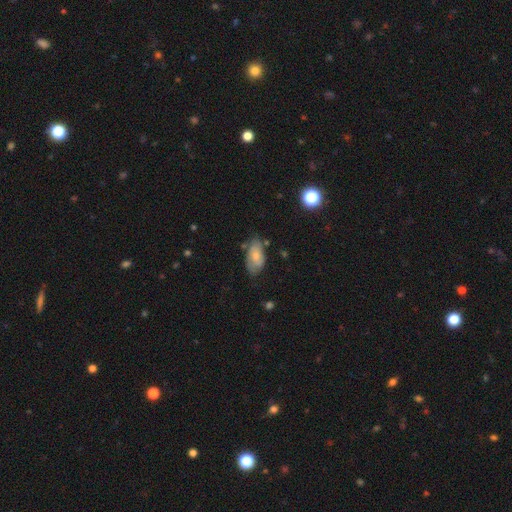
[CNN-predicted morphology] Smooth or featured? smooth (60%)
How rounded? in between (93%)
Merging? none (62%)